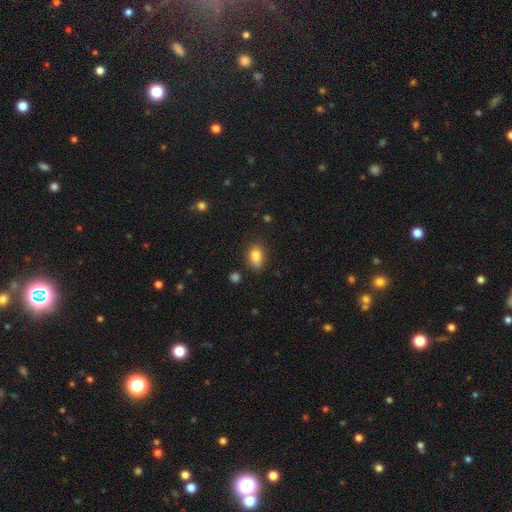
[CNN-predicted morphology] smooth_or_featured: smooth (p=0.84) [alt: star or artifact p=0.09]
how_rounded: in between (p=0.79) [alt: round p=0.19]
merging: none (p=0.73) [alt: minor disturbance p=0.20]